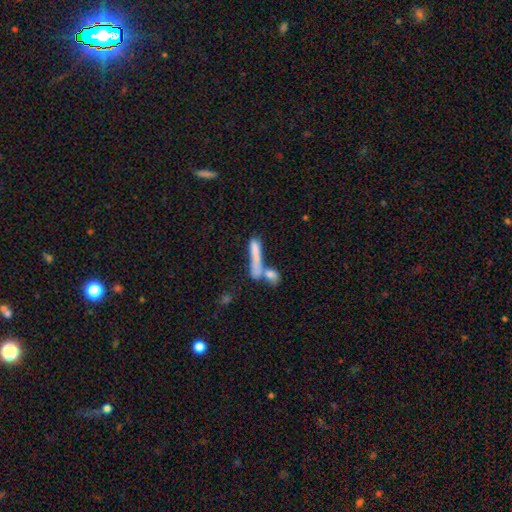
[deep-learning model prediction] smooth_or_featured: smooth (p=0.63) [alt: featured or disk p=0.26]
how_rounded: cigar-shaped (p=0.81) [alt: in between p=0.15]
merging: merger (p=0.42) [alt: none p=0.35]